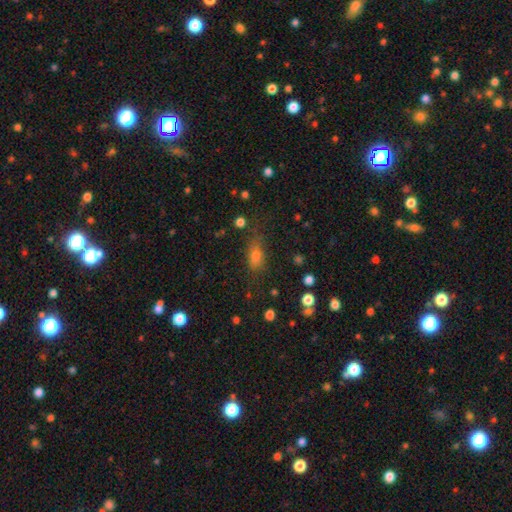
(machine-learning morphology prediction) Smooth or featured? smooth (69%)
How rounded? in between (71%)
Merging? none (68%)